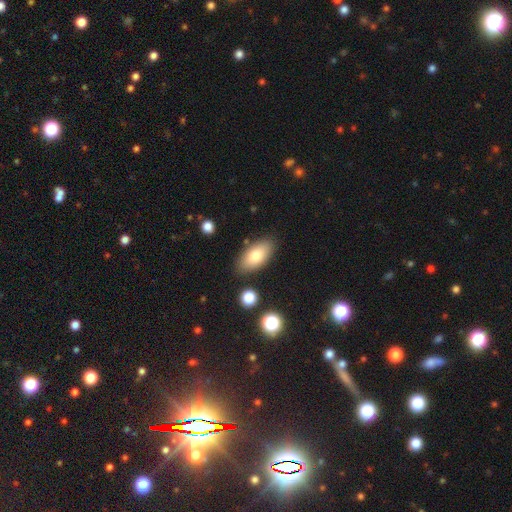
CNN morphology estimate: type=smooth (76%); roundness=in between (91%); merging=none (84%).